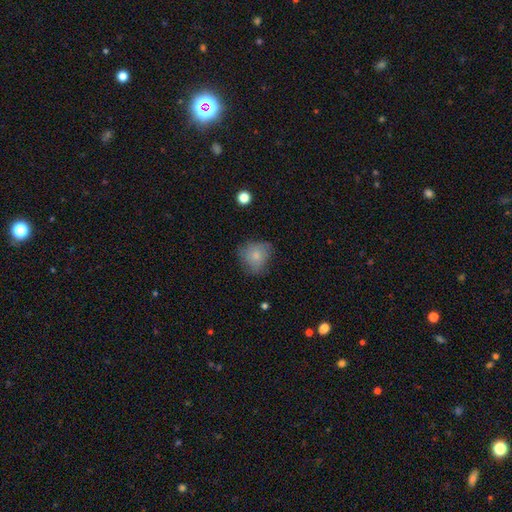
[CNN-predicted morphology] This appears to be a smooth galaxy with no disk features (74%) that is round (75%). Merging: none (60%).